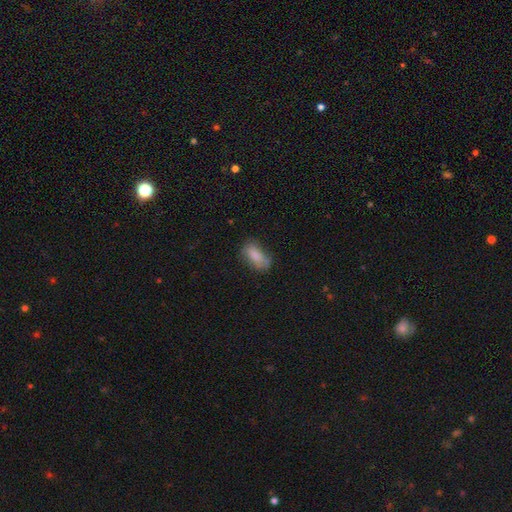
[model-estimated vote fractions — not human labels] smooth_or_featured: smooth (p=0.79) [alt: featured or disk p=0.12]
how_rounded: in between (p=0.89) [alt: cigar-shaped p=0.06]
merging: none (p=0.56) [alt: minor disturbance p=0.28]